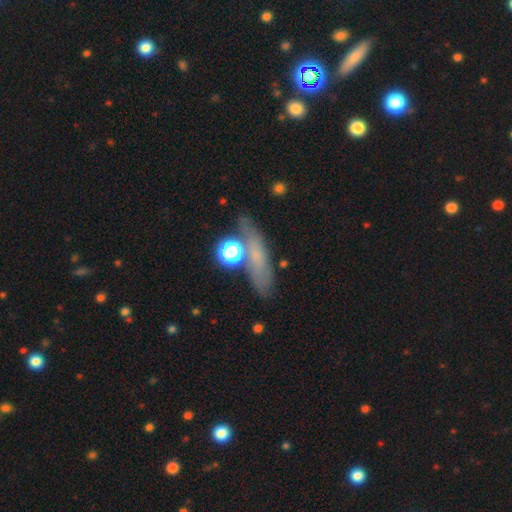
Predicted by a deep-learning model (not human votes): Smooth or featured? Predicted: smooth (p=0.53). How rounded? Predicted: cigar-shaped (p=0.58). Merging? Predicted: none (p=0.63).